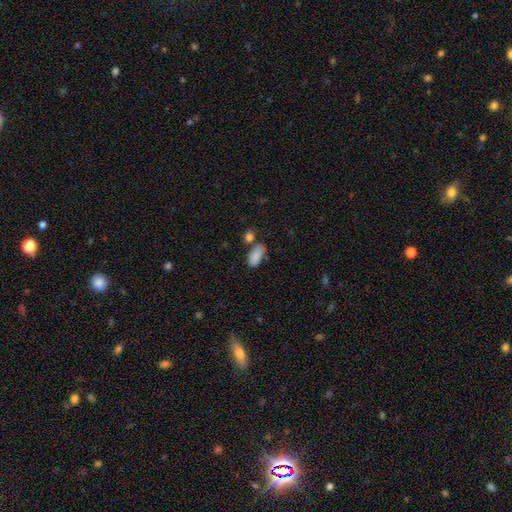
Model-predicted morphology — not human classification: smooth-or-featured: smooth: 86% | star or artifact: 8% | featured or disk: 6%
  how-rounded: in between: 91% | cigar-shaped: 6% | round: 3%
  merging: none: 61% | minor disturbance: 19% | merger: 14% | major disturbance: 6%